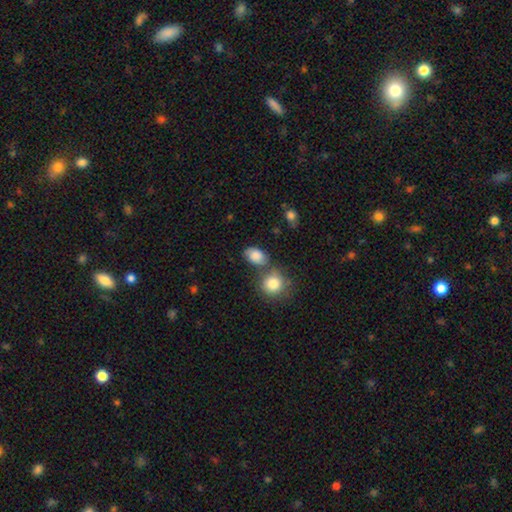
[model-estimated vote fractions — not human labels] Overall: smooth (80%). How rounded: in between (79%). Merging: none (53%; merger 22%).